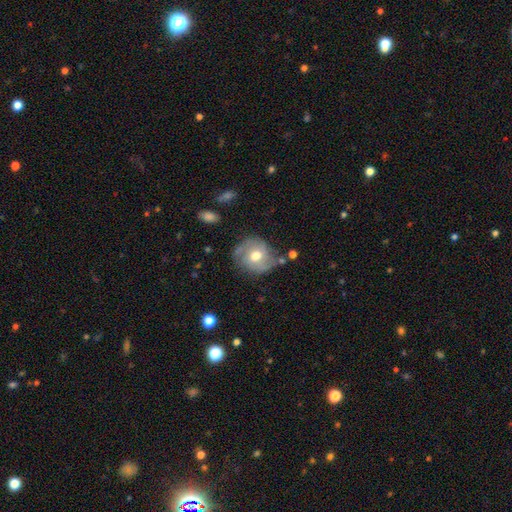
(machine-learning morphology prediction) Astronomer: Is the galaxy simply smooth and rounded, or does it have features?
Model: featured or disk — 55% (runner-up: smooth, 37%).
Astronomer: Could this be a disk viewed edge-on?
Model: no — 96%.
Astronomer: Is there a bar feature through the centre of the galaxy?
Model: no — 66%.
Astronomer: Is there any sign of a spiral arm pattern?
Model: yes — 75%.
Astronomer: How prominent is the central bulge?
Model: moderate — 75%.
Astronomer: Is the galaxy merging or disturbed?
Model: none — 63%.